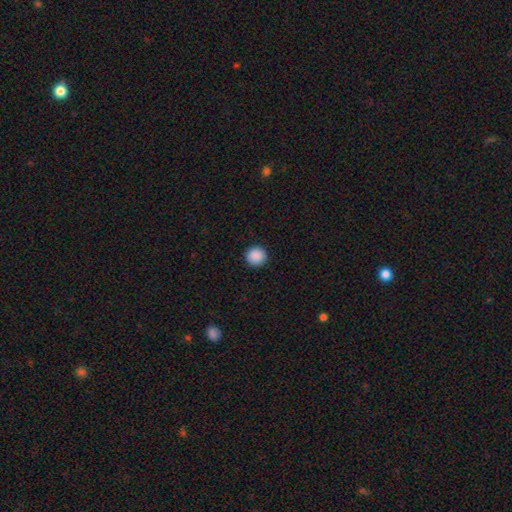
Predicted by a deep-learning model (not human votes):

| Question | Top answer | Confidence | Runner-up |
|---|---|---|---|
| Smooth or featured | smooth | 89% | star or artifact (8%) |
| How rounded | round | 95% | in between (4%) |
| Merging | none | 93% | minor disturbance (5%) |